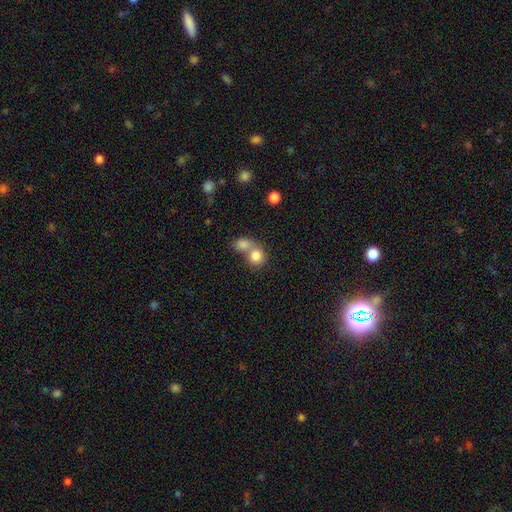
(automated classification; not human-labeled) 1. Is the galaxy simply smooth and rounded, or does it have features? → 82% smooth, 9% star or artifact, 9% featured or disk.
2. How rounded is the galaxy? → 79% round, 20% in between, 1% cigar-shaped.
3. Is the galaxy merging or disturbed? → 56% merger, 34% none, 6% minor disturbance, 3% major disturbance.